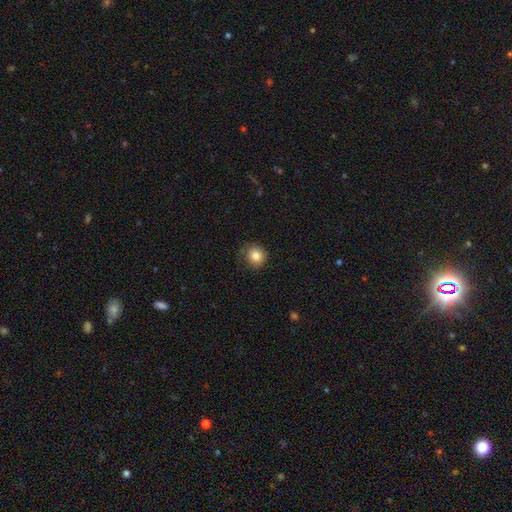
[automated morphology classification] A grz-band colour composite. It shows a smooth galaxy with no disk features (84%) that is round (88%). Merging: none (73%).